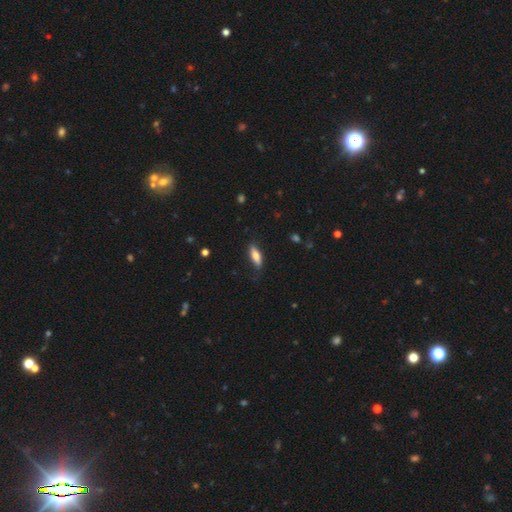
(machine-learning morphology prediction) Smooth or featured: smooth — 72% (featured or disk — 22%)
How rounded: in between — 57% (cigar-shaped — 41%)
Merging: none — 77% (minor disturbance — 18%)